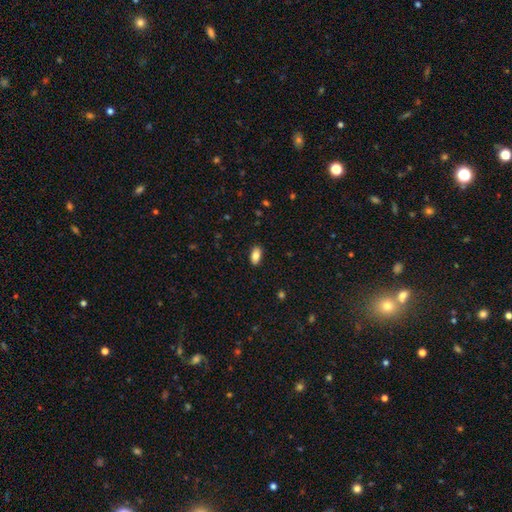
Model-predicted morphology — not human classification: smooth_or_featured: smooth (p=0.85) [alt: featured or disk p=0.08]
how_rounded: in between (p=0.92) [alt: cigar-shaped p=0.04]
merging: none (p=0.89) [alt: minor disturbance p=0.08]